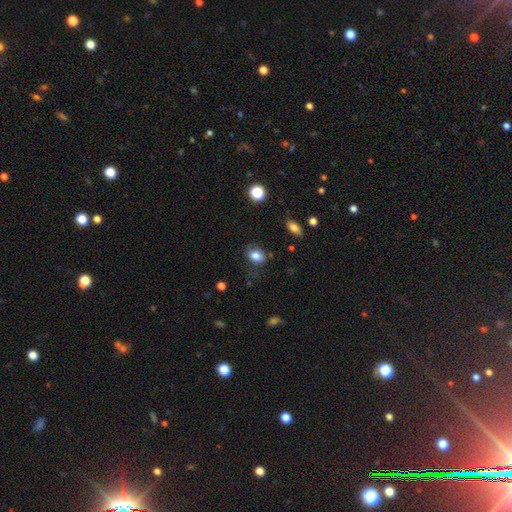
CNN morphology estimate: A smooth galaxy with no disk features (82%) that is in between round and cigar-shaped (69%).

Vote fractions:
- Smooth or featured? smooth: 82% / star or artifact: 10% / featured or disk: 8%
- How rounded? in between: 69% / round: 30% / cigar-shaped: 1%
- Merging? none: 73% / minor disturbance: 19% / major disturbance: 6% / merger: 2%